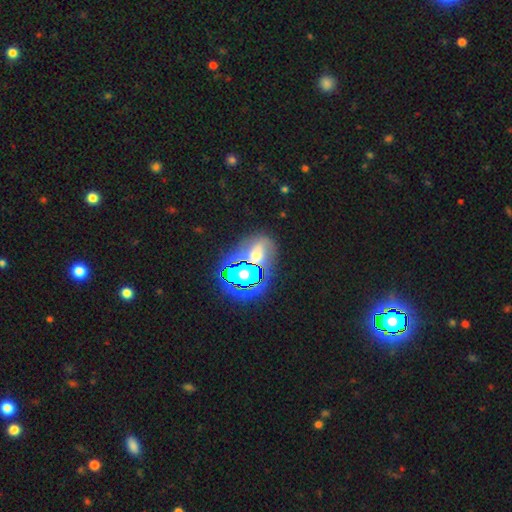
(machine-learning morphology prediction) Smooth or featured?
  - star or artifact: 41% *
  - smooth: 31%
  - featured or disk: 27%